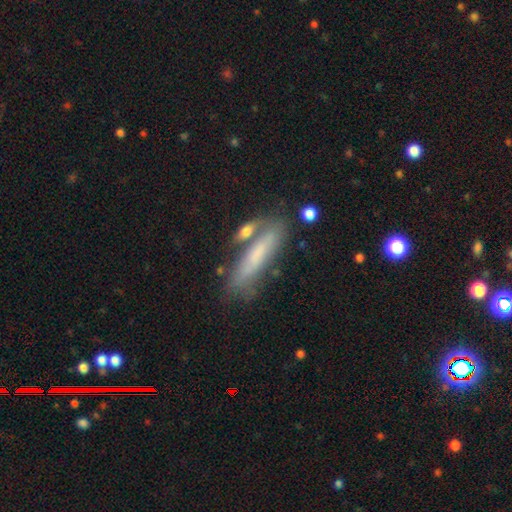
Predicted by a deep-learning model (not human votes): Smooth or featured? smooth (60%)
How rounded? cigar-shaped (67%)
Merging? none (49%)